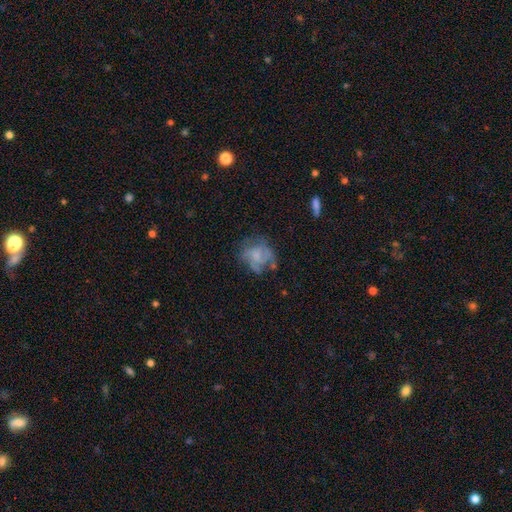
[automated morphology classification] A featured or disk galaxy (54%) with no bar (75%), spiral arms (57%) and no central bulge (34%). Merging: none (51%).